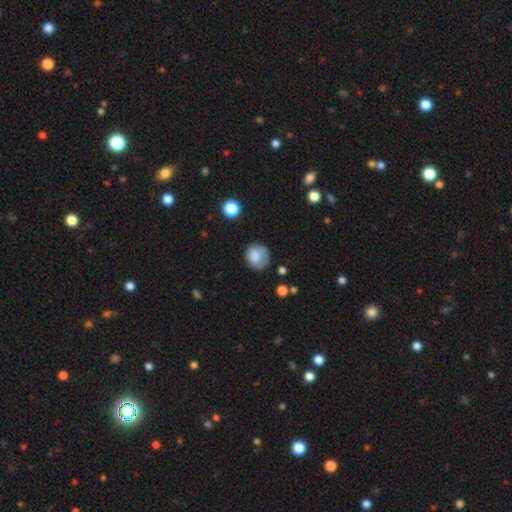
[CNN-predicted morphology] This appears to be a smooth galaxy with no disk features (79%) that is round (77%). Merging: none (62%).